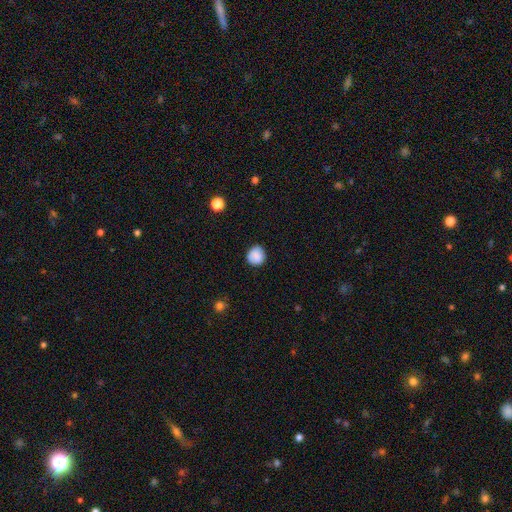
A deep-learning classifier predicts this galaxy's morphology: Q: Smooth or featured?
A: smooth (87%); runner-up: star or artifact (9%)
Q: How rounded?
A: round (87%); runner-up: in between (12%)
Q: Merging?
A: none (85%); runner-up: minor disturbance (11%)